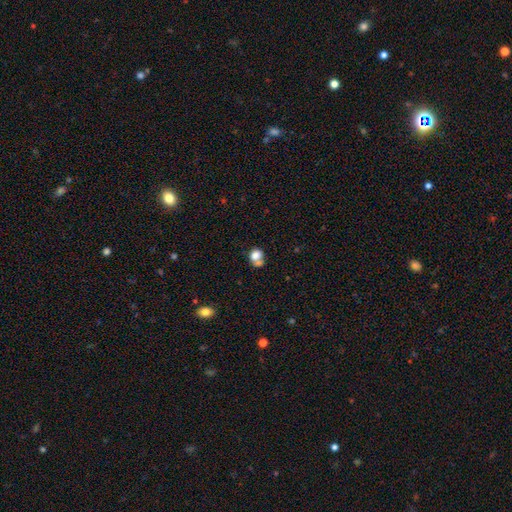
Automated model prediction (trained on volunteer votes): Smooth or featured?
  - smooth: 76% *
  - featured or disk: 13%
  - star or artifact: 11%
How rounded?
  - round: 57% *
  - in between: 42%
  - cigar-shaped: 1%
Merging?
  - merger: 40% *
  - none: 35%
  - minor disturbance: 15%
  - major disturbance: 10%